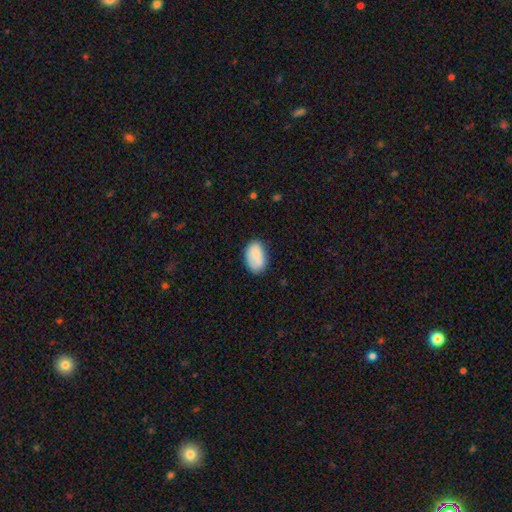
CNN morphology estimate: A smooth galaxy with no disk features (83%) that is in between round and cigar-shaped (91%). Merging: none (73%).